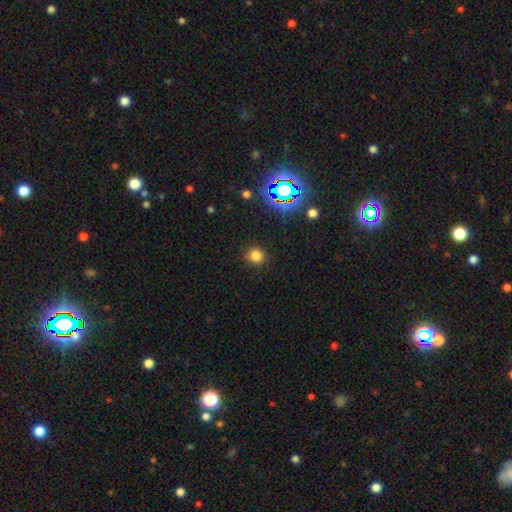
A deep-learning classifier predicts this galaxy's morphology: smooth_or_featured: smooth (p=0.77) [alt: star or artifact p=0.18]
how_rounded: round (p=0.89) [alt: in between p=0.10]
merging: none (p=0.87) [alt: minor disturbance p=0.09]